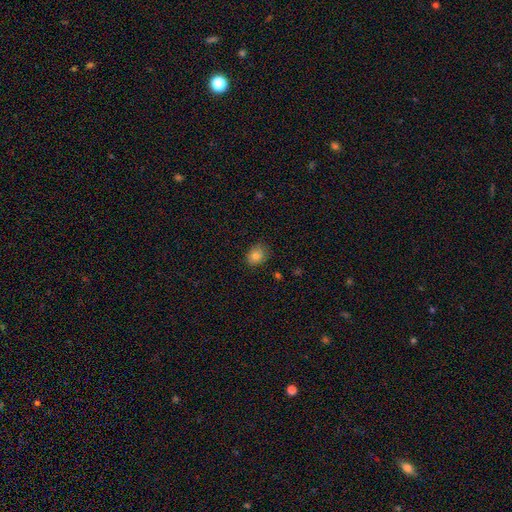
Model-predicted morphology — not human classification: smooth-or-featured: smooth: 83% | star or artifact: 10% | featured or disk: 7%
  how-rounded: in between: 50% | round: 49% | cigar-shaped: 1%
  merging: none: 80% | minor disturbance: 16% | major disturbance: 3% | merger: 1%